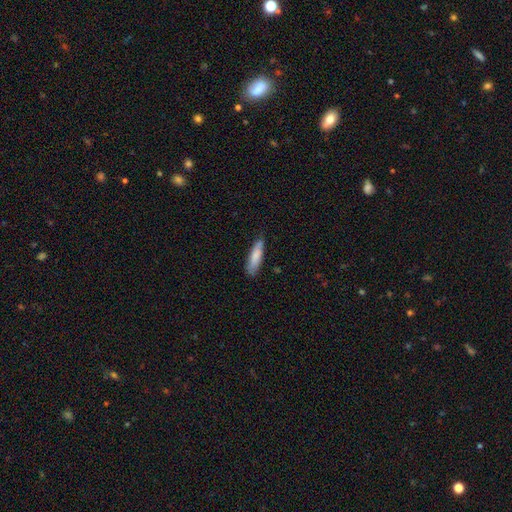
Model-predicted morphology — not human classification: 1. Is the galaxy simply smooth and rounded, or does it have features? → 81% smooth, 13% featured or disk, 6% star or artifact.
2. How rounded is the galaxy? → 70% cigar-shaped, 28% in between, 1% round.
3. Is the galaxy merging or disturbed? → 75% none, 20% minor disturbance, 3% major disturbance, 1% merger.